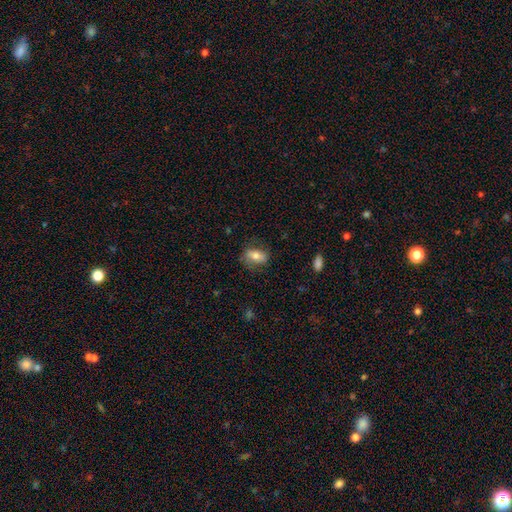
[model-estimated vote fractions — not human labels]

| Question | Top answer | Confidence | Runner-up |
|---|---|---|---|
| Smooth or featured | smooth | 70% | featured or disk (22%) |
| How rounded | in between | 83% | round (12%) |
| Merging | none | 74% | minor disturbance (18%) |